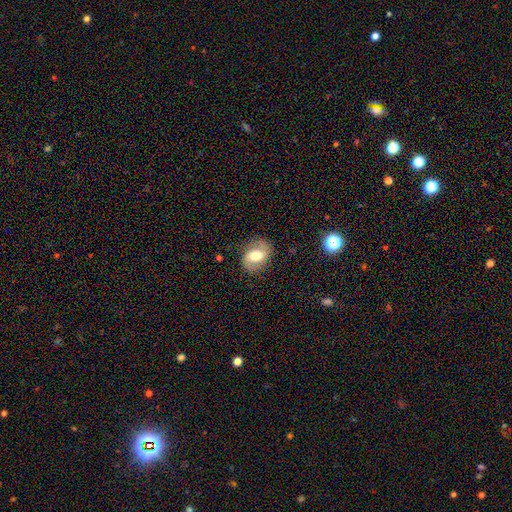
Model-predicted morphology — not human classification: A featured or disk galaxy (60%) with a weak bar (43%), spiral arms (81%) and a moderate central bulge (65%). Merging: none (81%).